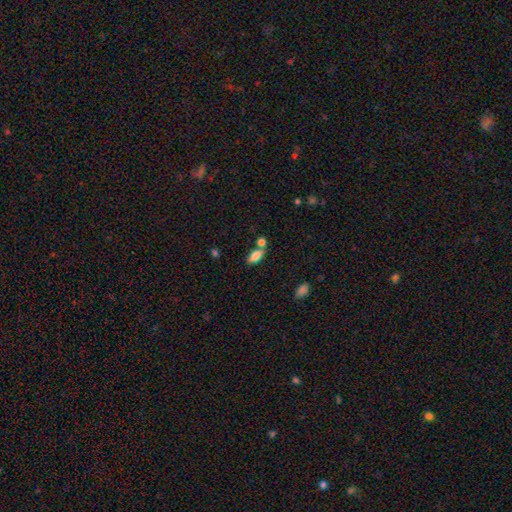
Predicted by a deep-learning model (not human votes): This appears to be a smooth galaxy with no disk features (78%) that is in between round and cigar-shaped (81%). Merging: none (62%).